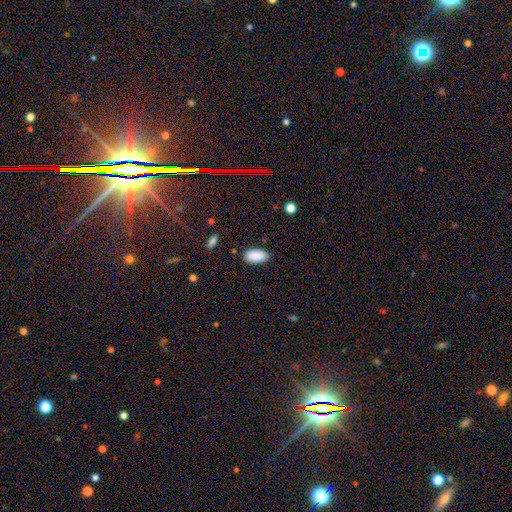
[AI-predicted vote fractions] smooth-or-featured: smooth: 90% | star or artifact: 7% | featured or disk: 3%
  how-rounded: in between: 95% | round: 3% | cigar-shaped: 2%
  merging: none: 85% | minor disturbance: 11% | major disturbance: 2% | merger: 1%